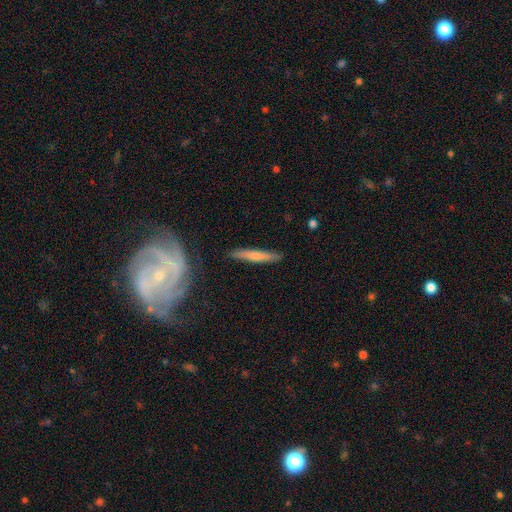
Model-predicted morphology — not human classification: smooth 62%, featured or disk 32%, star or artifact 6%. Down the decision tree: how rounded — cigar-shaped (93%); merging — none (88%).